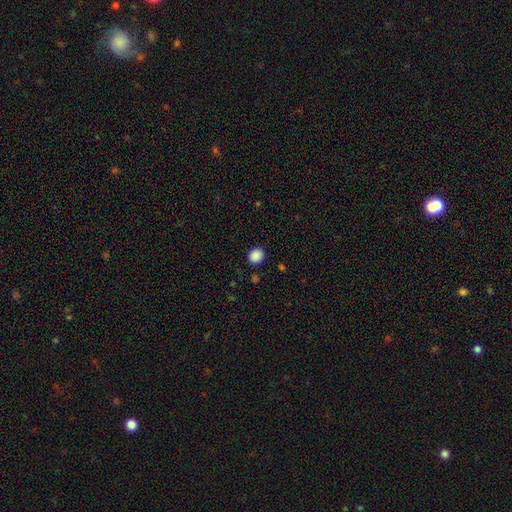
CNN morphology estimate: Smooth or featured: smooth — 88% (star or artifact — 9%)
How rounded: round — 77% (in between — 22%)
Merging: none — 90% (minor disturbance — 7%)